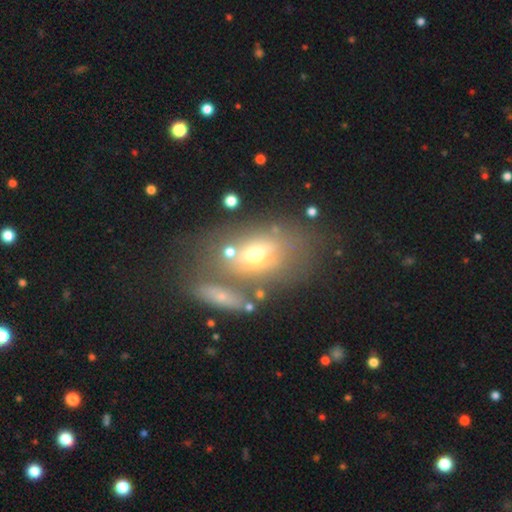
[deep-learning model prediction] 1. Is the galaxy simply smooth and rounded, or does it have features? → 48% smooth, 38% featured or disk, 14% star or artifact.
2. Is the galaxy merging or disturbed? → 46% none, 23% merger, 17% minor disturbance, 14% major disturbance.